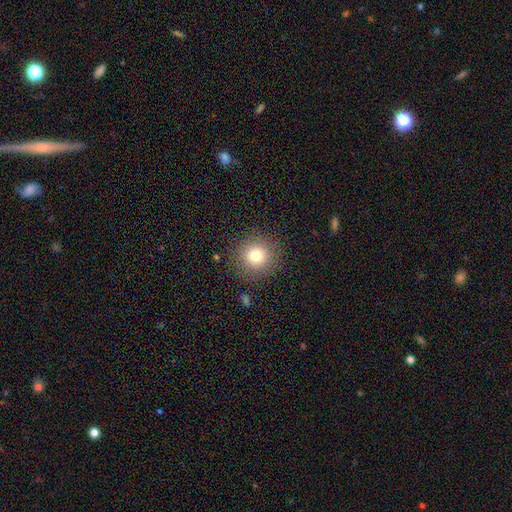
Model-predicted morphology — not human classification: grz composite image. It shows a smooth galaxy with no disk features (77%) that is round (93%). Merging: none (88%).